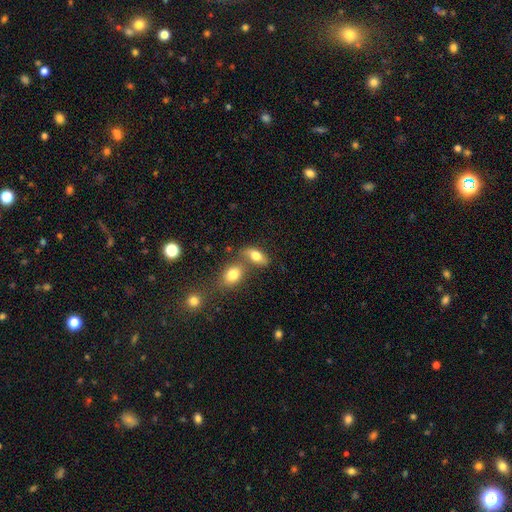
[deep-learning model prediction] Smooth or featured: smooth — 76% (featured or disk — 15%)
How rounded: in between — 86% (round — 8%)
Merging: none — 46% (merger — 36%)